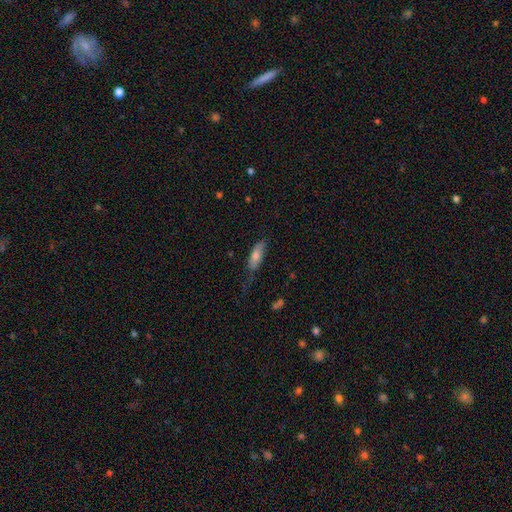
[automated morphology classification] The model was most divided on "how rounded": in between: 57%, cigar-shaped: 41%, round: 3%. More confident: smooth or featured — smooth (67%); merging — none (56%).